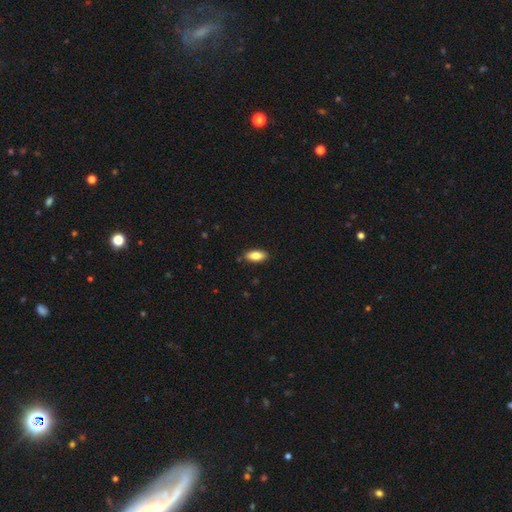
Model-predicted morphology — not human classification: Smooth or featured: smooth — 84% (featured or disk — 10%)
How rounded: in between — 86% (cigar-shaped — 12%)
Merging: none — 87% (minor disturbance — 10%)